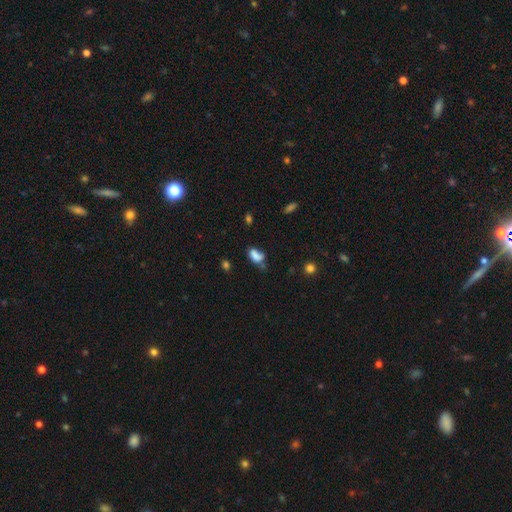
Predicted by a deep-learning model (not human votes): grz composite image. It shows a smooth galaxy with no disk features (74%) that is in between round and cigar-shaped (86%). Merging: none (36%).